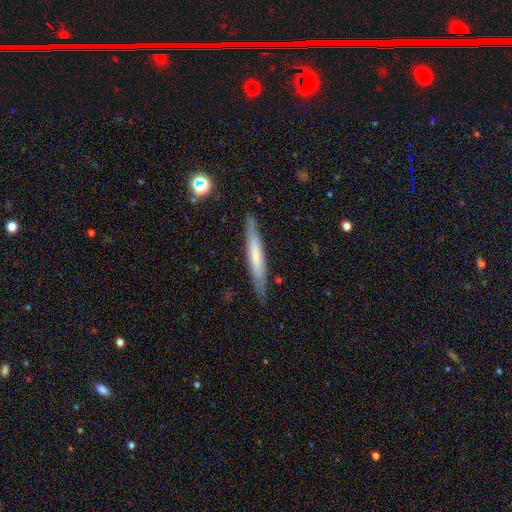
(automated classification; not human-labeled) smooth_or_featured: smooth (p=0.54) [alt: featured or disk p=0.40]
how_rounded: cigar-shaped (p=0.94) [alt: in between p=0.05]
merging: none (p=0.86) [alt: minor disturbance p=0.11]